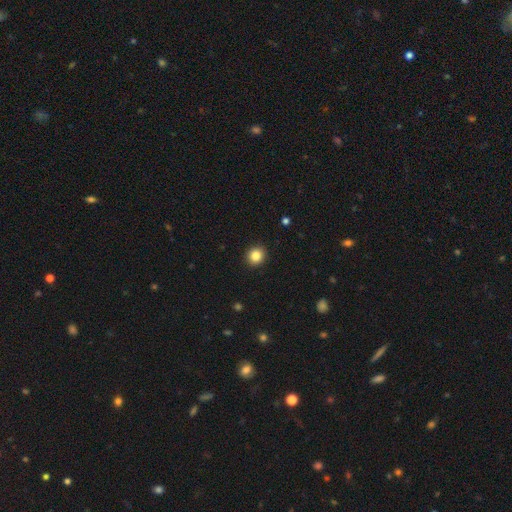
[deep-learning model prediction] Smooth or featured?
  - smooth: 85% *
  - star or artifact: 10%
  - featured or disk: 4%
How rounded?
  - round: 87% *
  - in between: 12%
  - cigar-shaped: 1%
Merging?
  - none: 92% *
  - minor disturbance: 6%
  - major disturbance: 2%
  - merger: 1%